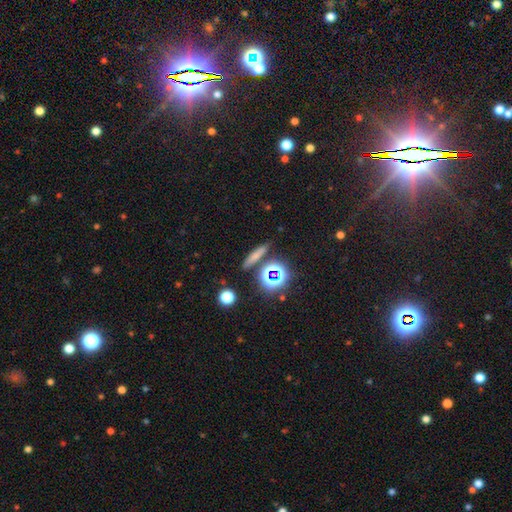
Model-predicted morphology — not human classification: smooth 62%, star or artifact 22%, featured or disk 17%. Down the decision tree: how rounded — cigar-shaped (74%); merging — none (84%).